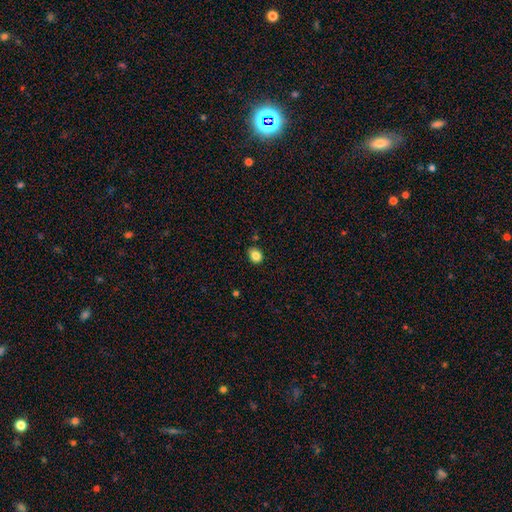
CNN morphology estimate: smooth-or-featured: smooth: 84% | star or artifact: 11% | featured or disk: 5%
  how-rounded: round: 57% | in between: 42% | cigar-shaped: 1%
  merging: none: 80% | minor disturbance: 15% | major disturbance: 3% | merger: 2%